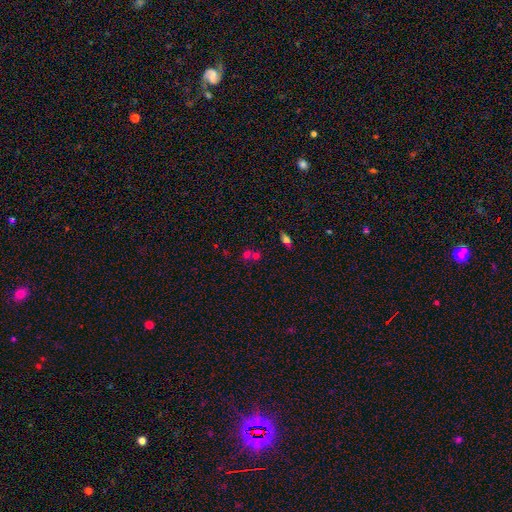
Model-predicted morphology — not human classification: smooth-or-featured: smooth: 62% | star or artifact: 24% | featured or disk: 14%
  how-rounded: round: 73% | in between: 25% | cigar-shaped: 2%
  merging: merger: 50% | none: 39% | minor disturbance: 7% | major disturbance: 4%